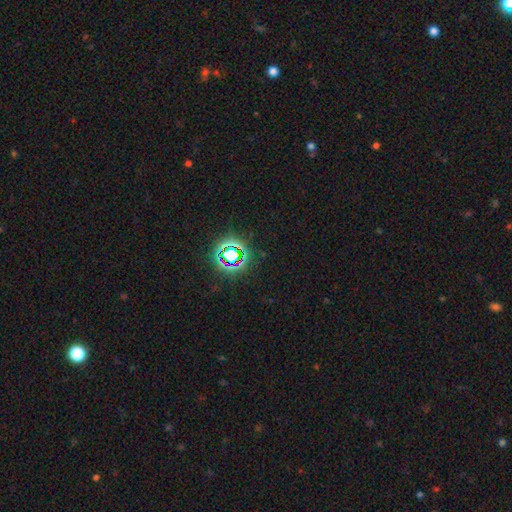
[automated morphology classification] Smooth or featured? star or artifact (78%)